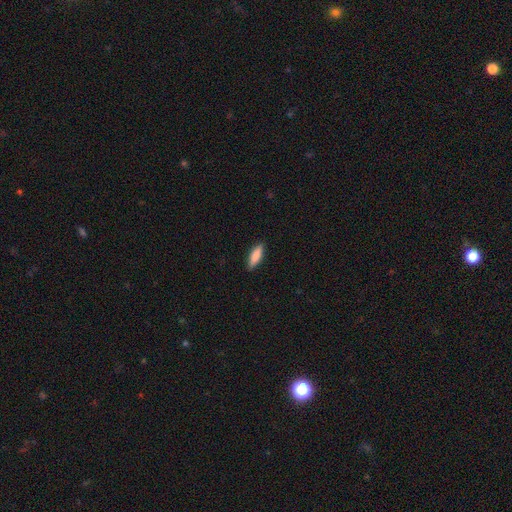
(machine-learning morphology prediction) Smooth or featured?
  - smooth: 81% *
  - featured or disk: 13%
  - star or artifact: 6%
How rounded?
  - cigar-shaped: 56% *
  - in between: 43%
  - round: 2%
Merging?
  - none: 88% *
  - minor disturbance: 9%
  - major disturbance: 2%
  - merger: 1%